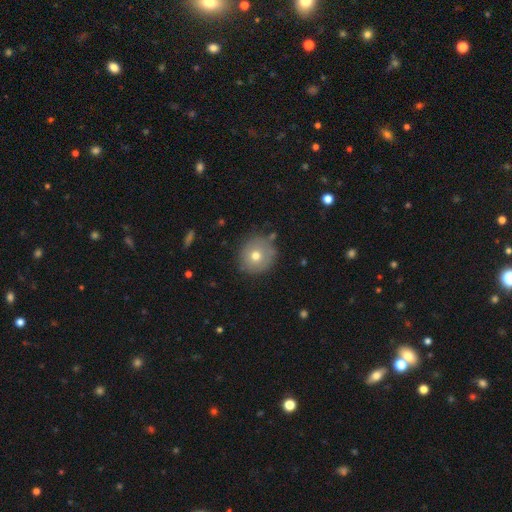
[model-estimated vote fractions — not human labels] smooth-or-featured: smooth: 70% | featured or disk: 19% | star or artifact: 11%
  how-rounded: round: 92% | in between: 7% | cigar-shaped: 1%
  merging: none: 80% | minor disturbance: 13% | major disturbance: 4% | merger: 3%